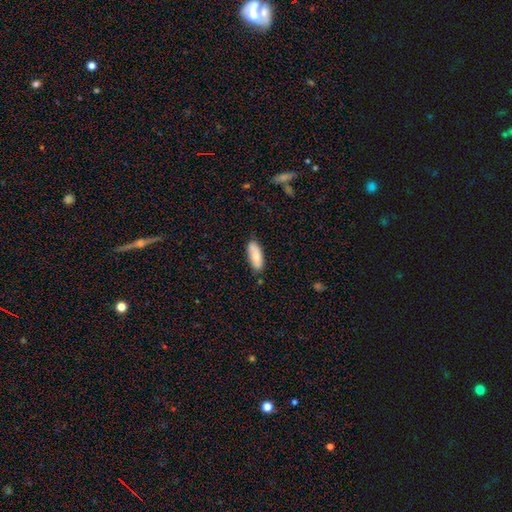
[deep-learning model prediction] This is likely a smooth galaxy (72%). How rounded: likely in between (75%). Merging: likely none (79%).